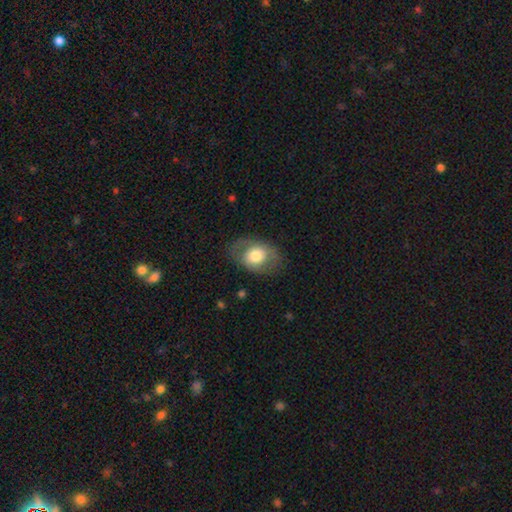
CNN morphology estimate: Smooth or featured? Predicted: smooth (p=0.60). How rounded? Predicted: in between (p=0.71). Merging? Predicted: none (p=0.70).